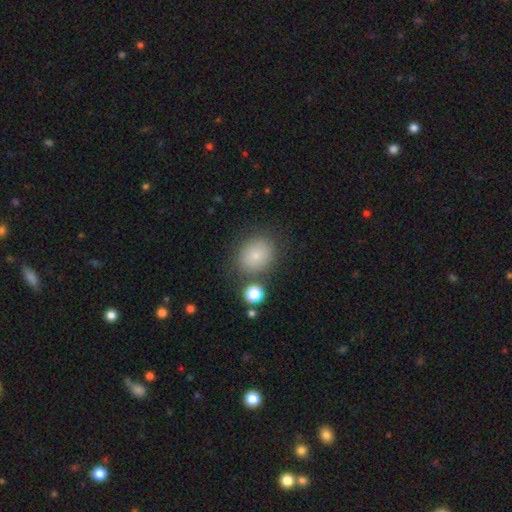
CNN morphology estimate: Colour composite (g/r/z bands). It shows a smooth galaxy with no disk features (79%) that is round (63%). Merging: none (79%).